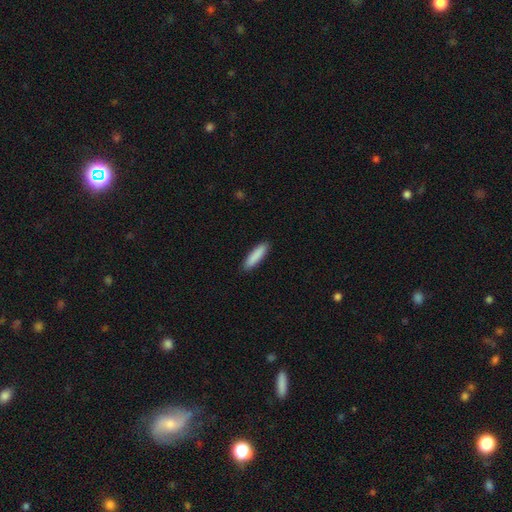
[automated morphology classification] type=smooth (88%); roundness=cigar-shaped (79%); merging=none (91%).